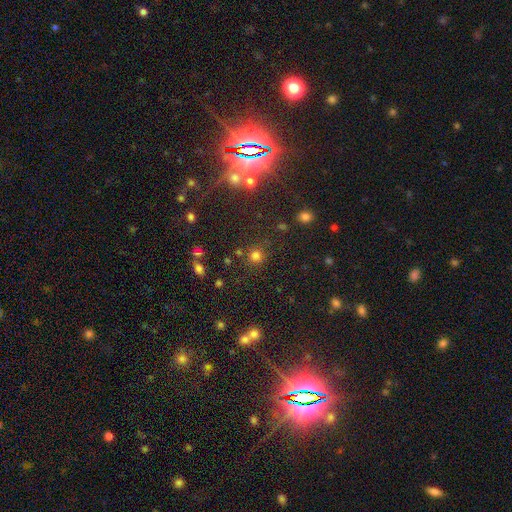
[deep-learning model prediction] smooth_or_featured: smooth (p=0.76) [alt: star or artifact p=0.19]
how_rounded: round (p=0.91) [alt: in between p=0.08]
merging: none (p=0.81) [alt: minor disturbance p=0.08]